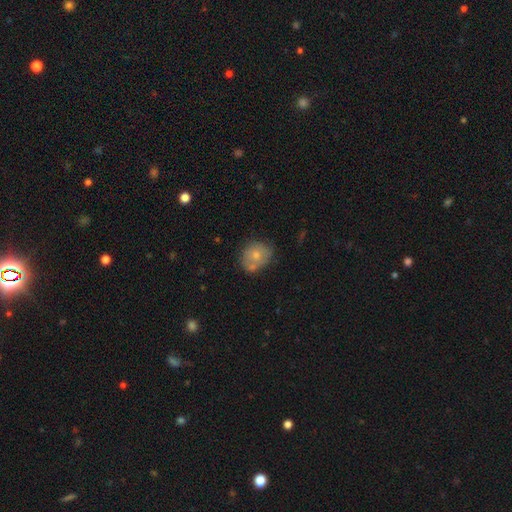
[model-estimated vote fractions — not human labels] The model was most divided on "merging": none: 51%, minor disturbance: 22%, merger: 21%, major disturbance: 6%. More confident: smooth or featured — smooth (67%); how rounded — round (65%).